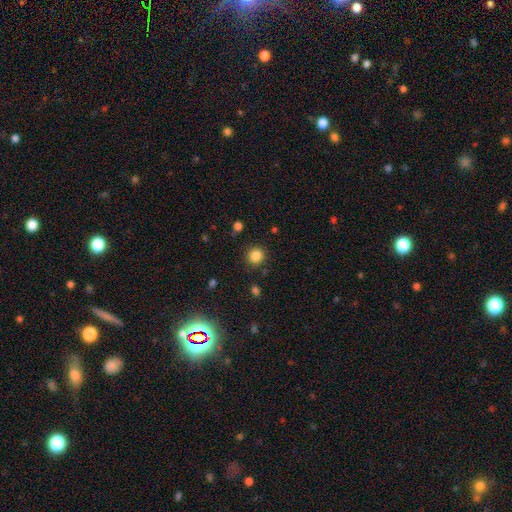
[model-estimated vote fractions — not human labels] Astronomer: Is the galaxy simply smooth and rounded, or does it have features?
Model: smooth — 84%.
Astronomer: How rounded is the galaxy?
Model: round — 92%.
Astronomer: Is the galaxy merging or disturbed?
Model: none — 89%.